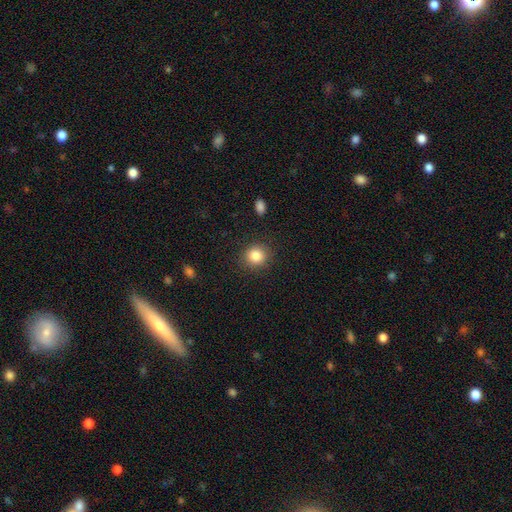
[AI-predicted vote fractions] Overall: smooth (84%). How rounded: round (88%). Merging: none (89%).